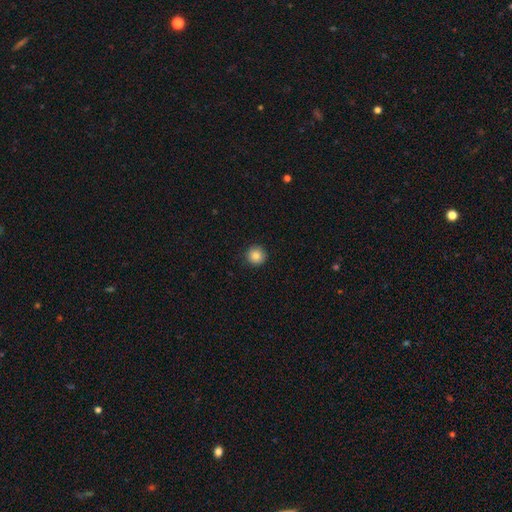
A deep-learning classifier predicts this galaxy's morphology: Overall: smooth (83%). How rounded: round (95%). Merging: none (92%).